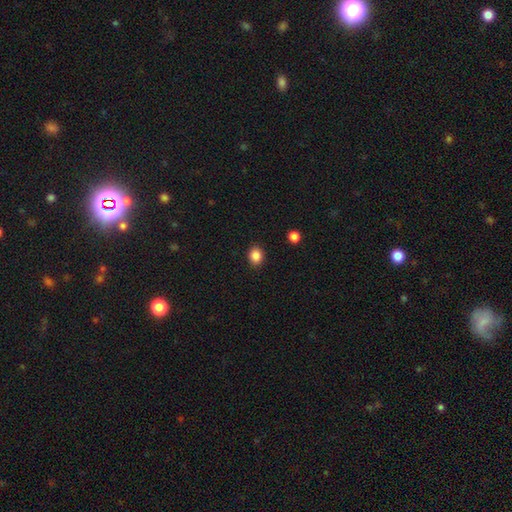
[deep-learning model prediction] Smooth or featured: smooth — 87% (star or artifact — 10%)
How rounded: round — 60% (in between — 40%)
Merging: none — 90% (minor disturbance — 7%)